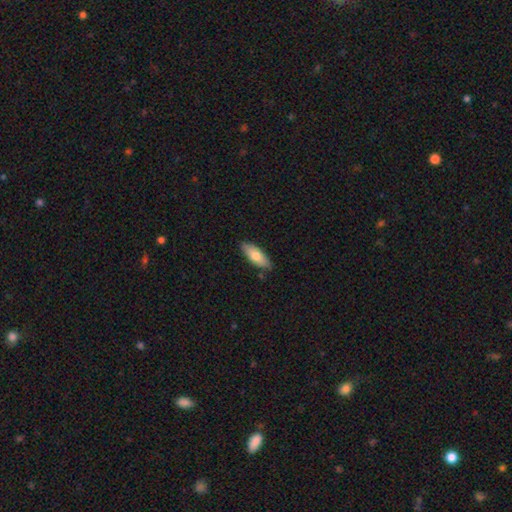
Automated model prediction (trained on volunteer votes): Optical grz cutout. It shows a smooth galaxy with no disk features (74%) that is in between round and cigar-shaped (72%). Merging: none (85%).